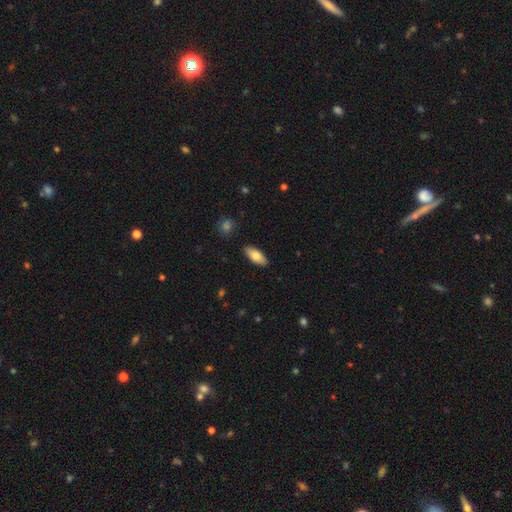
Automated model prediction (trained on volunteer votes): Smooth or featured: smooth — 79% (featured or disk — 15%)
How rounded: in between — 85% (cigar-shaped — 13%)
Merging: none — 89% (minor disturbance — 8%)